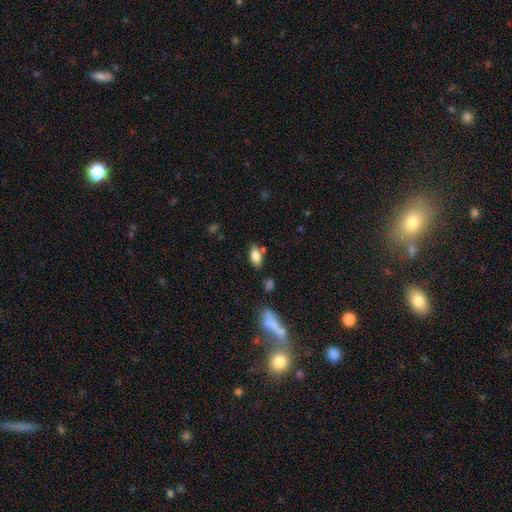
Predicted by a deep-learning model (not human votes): smooth-or-featured: smooth: 82% | featured or disk: 9% | star or artifact: 8%
  how-rounded: in between: 90% | round: 6% | cigar-shaped: 4%
  merging: none: 74% | minor disturbance: 14% | merger: 9% | major disturbance: 4%